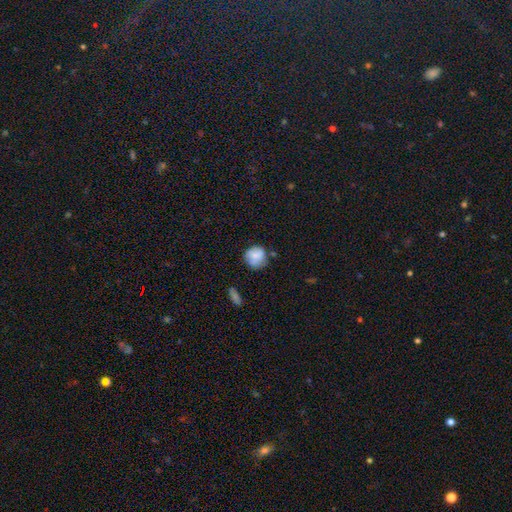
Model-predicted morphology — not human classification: A smooth galaxy with no disk features (72%) that is round (85%). Merging: none (62%).